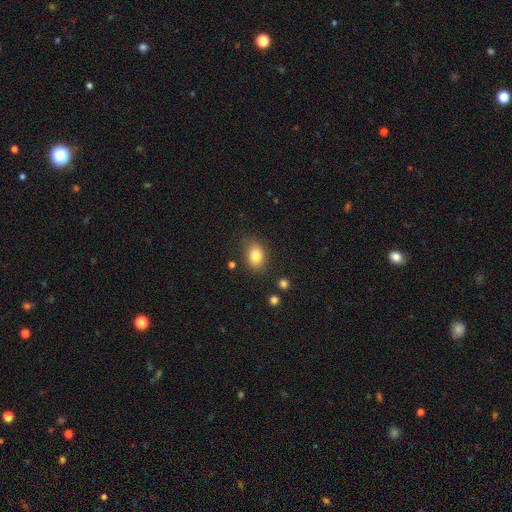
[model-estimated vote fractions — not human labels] This is clearly a smooth galaxy (82%). How rounded: likely in between (72%). Merging: likely none (79%).